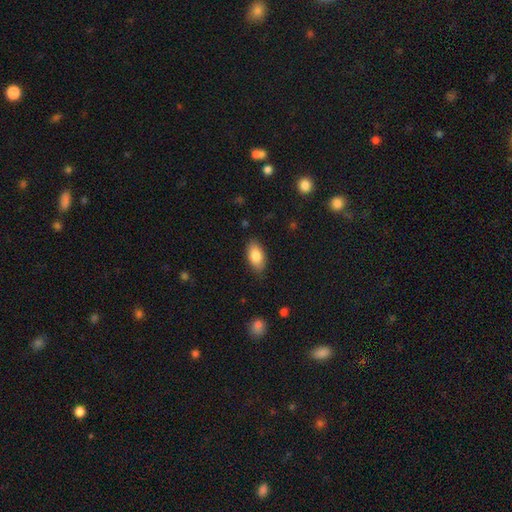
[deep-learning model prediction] Morphology: type=smooth (83%); roundness=in between (92%); merging=none (81%).